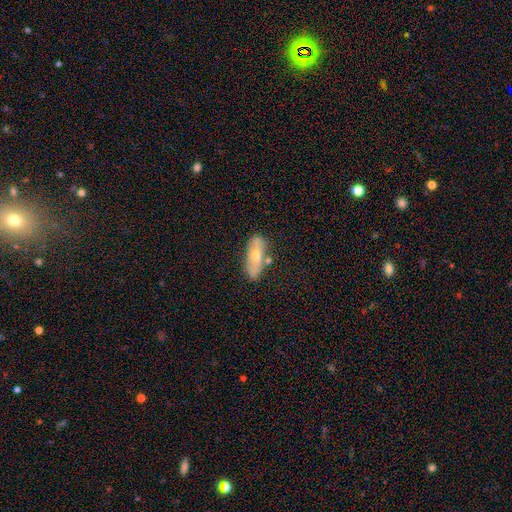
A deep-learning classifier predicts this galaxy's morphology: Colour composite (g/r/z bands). It shows a smooth galaxy with no disk features (57%) that is in between round and cigar-shaped (68%). Merging: none (73%).